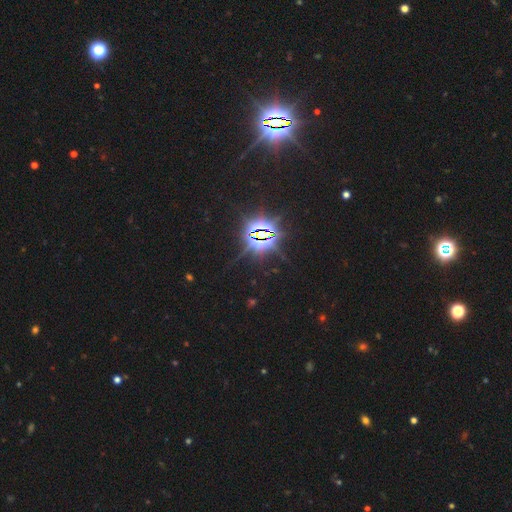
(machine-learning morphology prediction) smooth-or-featured: star or artifact: 85% | smooth: 9% | featured or disk: 6%